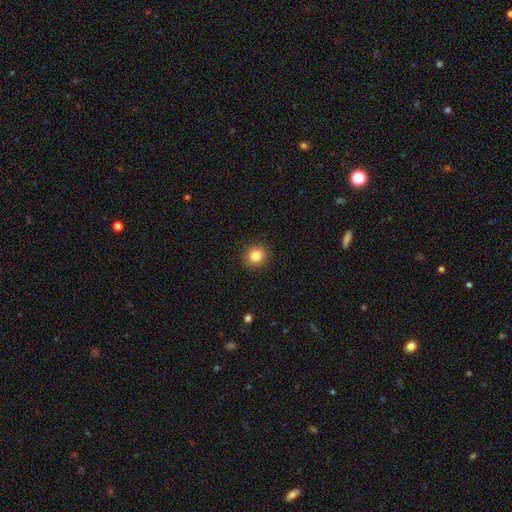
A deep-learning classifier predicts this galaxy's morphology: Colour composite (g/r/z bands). It shows a smooth galaxy with no disk features (85%) that is round (87%). Merging: none (91%).